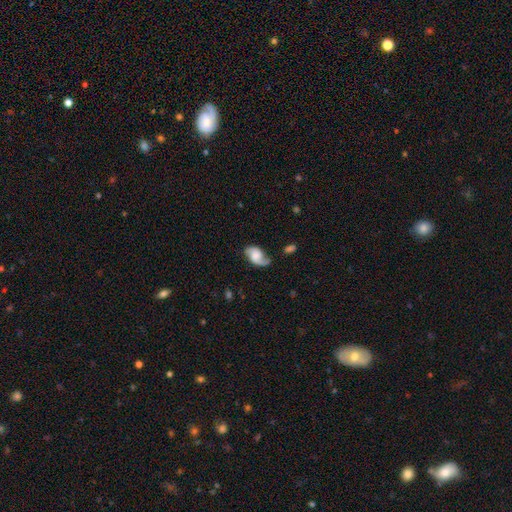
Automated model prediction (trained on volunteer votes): Smooth or featured? Predicted: featured or disk (p=0.74). Edge-on disk? Predicted: no (p=0.97). Bar? Predicted: no (p=0.54). Spiral arms? Predicted: yes (p=0.95). Spiral winding? Predicted: loose (p=0.43). Spiral arm count? Predicted: 2 (p=0.84). Bulge size? Predicted: none (p=0.31). Merging? Predicted: none (p=0.63).